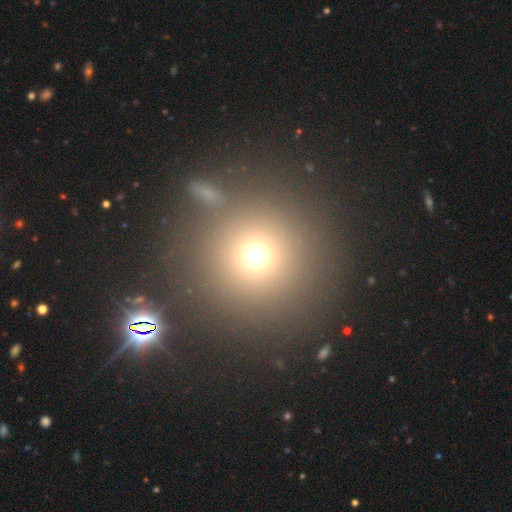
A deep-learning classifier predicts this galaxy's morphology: smooth 69%, star or artifact 21%, featured or disk 10%. Down the decision tree: how rounded — round (94%); merging — none (75%).